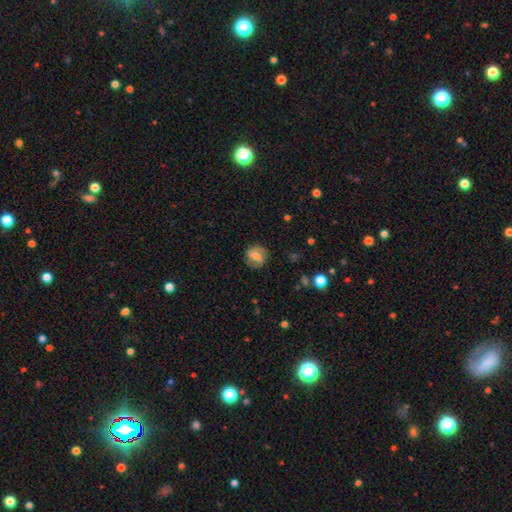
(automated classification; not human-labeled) smooth-or-featured: featured or disk: 47% | smooth: 44% | star or artifact: 9%
  merging: none: 78% | minor disturbance: 15% | major disturbance: 6% | merger: 1%